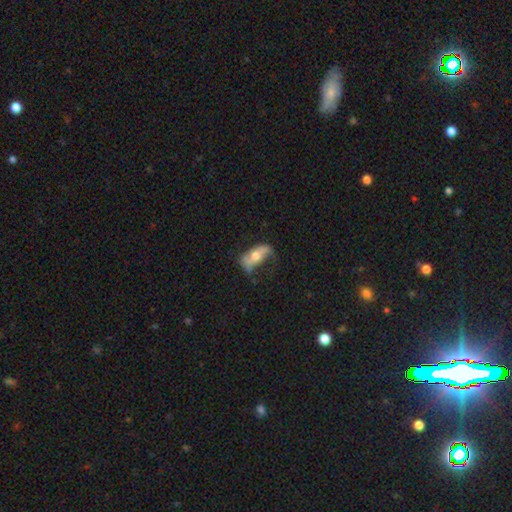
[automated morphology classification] featured or disk 47%, smooth 46%, star or artifact 7%. Down the decision tree: merging — none (46%).